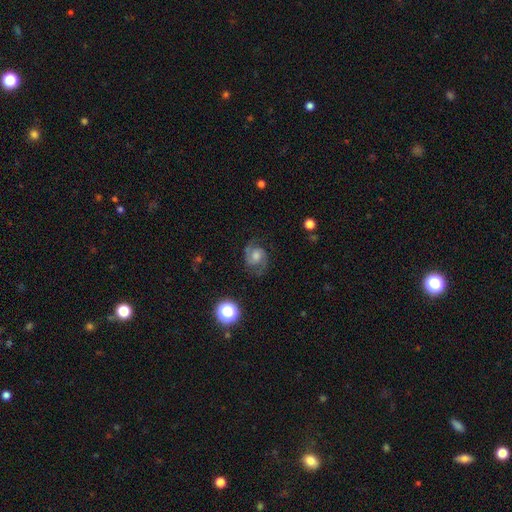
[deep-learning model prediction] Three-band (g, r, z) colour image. It shows a featured or disk galaxy (77%) with no bar (53%), 2 (89%) medium (55%) spiral arms (96%) and a moderate central bulge (51%). Merging: none (77%).